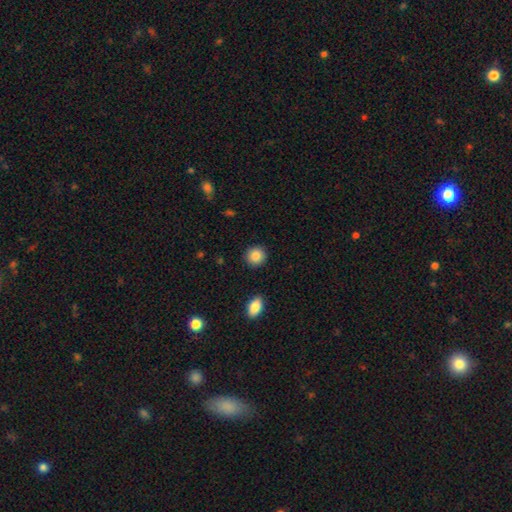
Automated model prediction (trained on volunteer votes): smooth_or_featured: smooth (p=0.86) [alt: star or artifact p=0.08]
how_rounded: round (p=0.91) [alt: in between p=0.08]
merging: none (p=0.91) [alt: minor disturbance p=0.05]